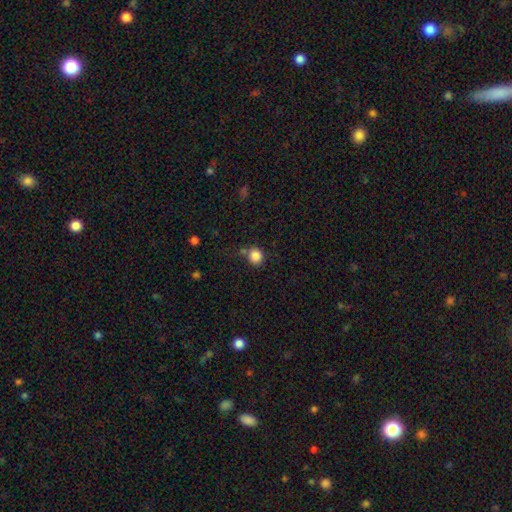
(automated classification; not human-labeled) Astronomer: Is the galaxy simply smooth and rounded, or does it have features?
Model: smooth — 85%.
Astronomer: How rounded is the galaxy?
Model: round — 86%.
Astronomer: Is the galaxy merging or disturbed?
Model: none — 70%.